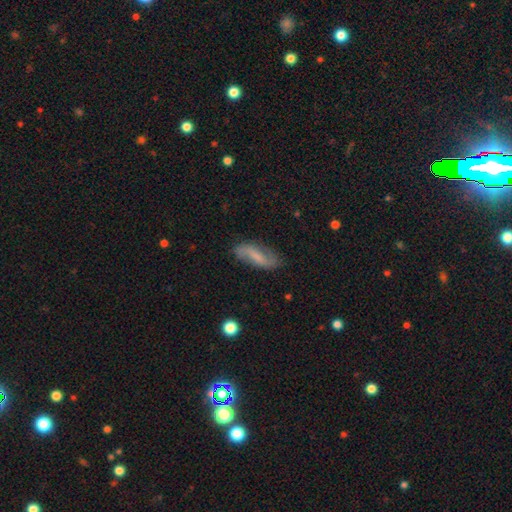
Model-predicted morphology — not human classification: Smooth or featured: featured or disk — 55% (smooth — 37%)
Edge-on disk: no — 89% (yes — 11%)
Merging: none — 76% (minor disturbance — 17%)